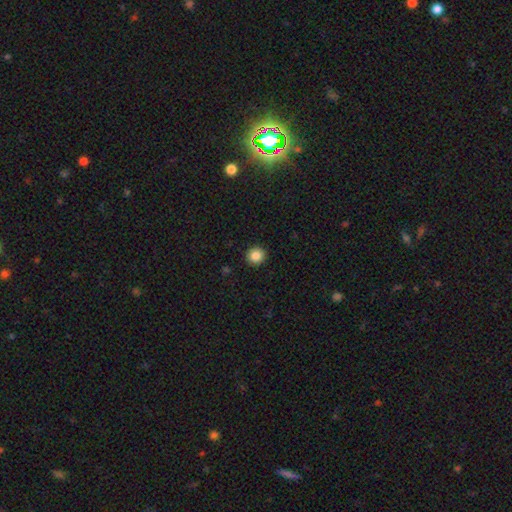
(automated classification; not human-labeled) A smooth galaxy with no disk features (86%) that is round (92%).

Vote fractions:
- Smooth or featured? smooth: 86% / star or artifact: 10% / featured or disk: 4%
- How rounded? round: 92% / in between: 7% / cigar-shaped: 1%
- Merging? none: 93% / minor disturbance: 5% / major disturbance: 2% / merger: 1%